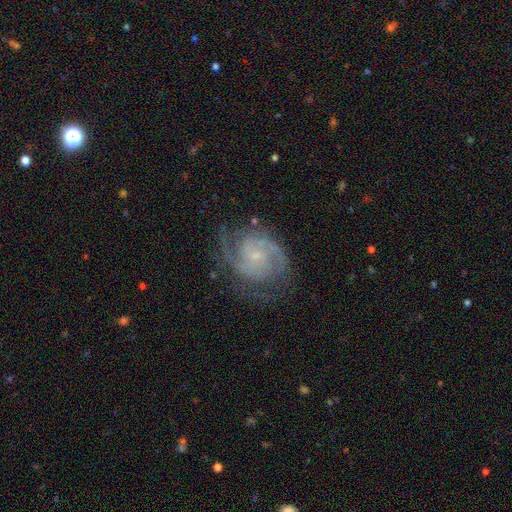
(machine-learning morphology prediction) The model was most divided on "spiral winding": tight: 48%, medium: 43%, loose: 9%. More confident: edge-on disk — no (98%); spiral arms — yes (98%); smooth or featured — featured or disk (89%); bulge size — small (79%); merging — none (70%); bar — no (64%); spiral arm count — 2 (60%).